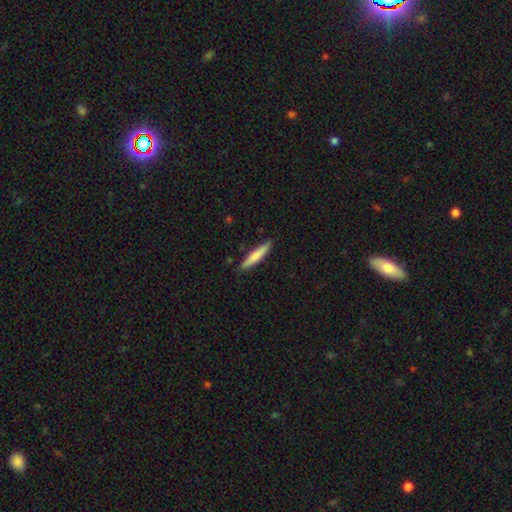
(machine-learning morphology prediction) smooth-or-featured: smooth: 72% | featured or disk: 23% | star or artifact: 5%
  how-rounded: cigar-shaped: 91% | in between: 8% | round: 1%
  merging: none: 88% | minor disturbance: 9% | major disturbance: 2% | merger: 1%